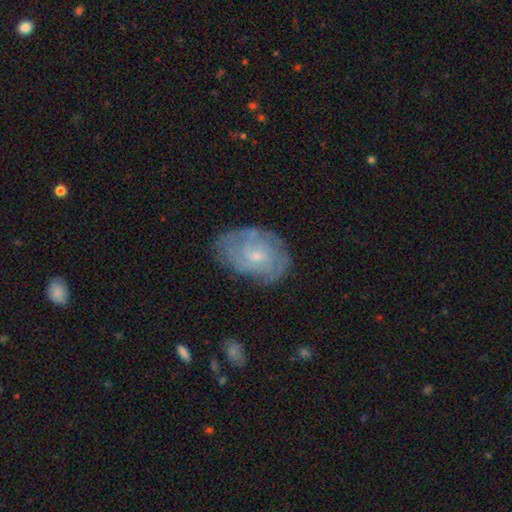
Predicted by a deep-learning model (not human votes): Smooth or featured?
  - featured or disk: 70% *
  - smooth: 23%
  - star or artifact: 7%
Edge-on disk?
  - no: 97% *
  - yes: 3%
Bar?
  - no: 66% *
  - weak: 31%
  - strong: 4%
Spiral arms?
  - yes: 84% *
  - no: 16%
Spiral winding?
  - tight: 62% *
  - medium: 30%
  - loose: 9%
Spiral arm count?
  - can't tell: 48% *
  - 2: 25%
  - 3: 13%
  - 4: 6%
  - 1: 4%
  - more than 4: 4%
Bulge size?
  - small: 65% *
  - moderate: 27%
  - none: 5%
  - large: 1%
  - dominant: 1%
Merging?
  - none: 69% *
  - minor disturbance: 22%
  - major disturbance: 7%
  - merger: 2%